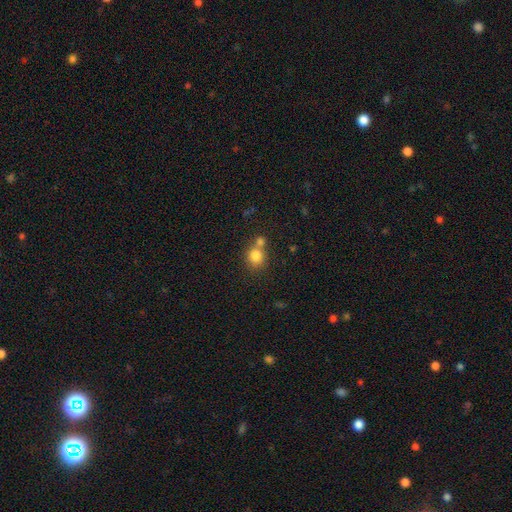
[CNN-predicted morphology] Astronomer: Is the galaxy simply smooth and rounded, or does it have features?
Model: smooth — 81%.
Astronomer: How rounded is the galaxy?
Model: round — 82%.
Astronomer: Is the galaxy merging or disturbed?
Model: none — 51% (runner-up: merger, 37%).